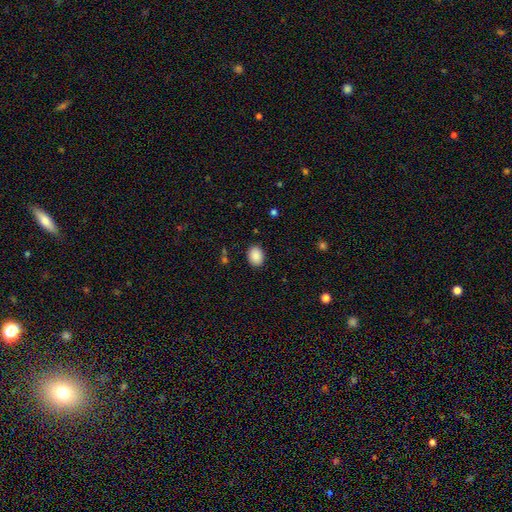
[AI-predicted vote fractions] Q: Smooth or featured?
A: smooth (89%); runner-up: star or artifact (8%)
Q: How rounded?
A: in between (68%); runner-up: round (31%)
Q: Merging?
A: none (87%); runner-up: minor disturbance (9%)